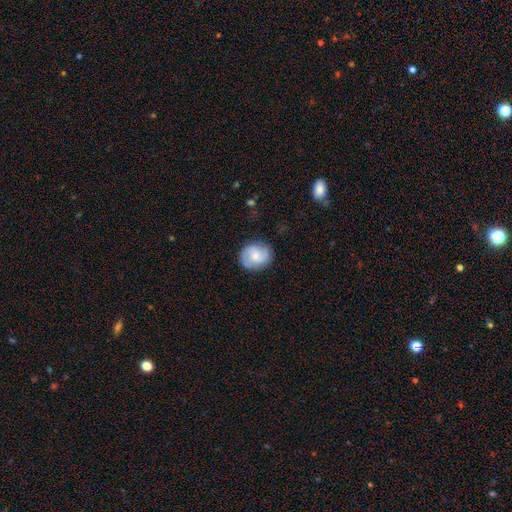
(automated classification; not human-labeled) Smooth or featured? featured or disk (65%)
Edge-on disk? no (98%)
Bar? no (54%)
Spiral arms? yes (93%)
Spiral winding? medium (48%)
Spiral arm count? 2 (82%)
Bulge size? small (53%)
Merging? none (80%)